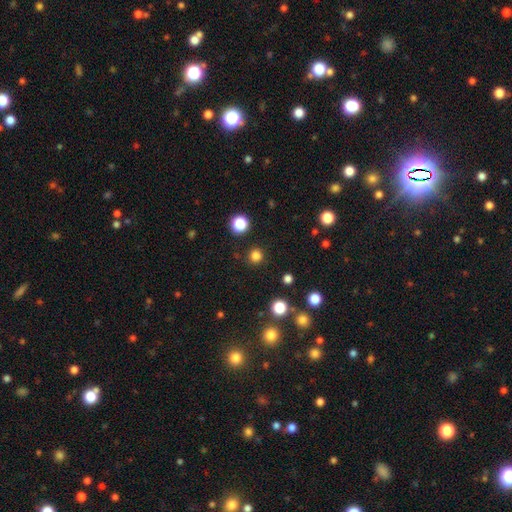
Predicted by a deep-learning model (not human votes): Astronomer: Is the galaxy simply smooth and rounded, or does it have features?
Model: smooth — 81%.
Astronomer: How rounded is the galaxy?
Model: round — 94%.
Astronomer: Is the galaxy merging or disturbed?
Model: none — 90%.